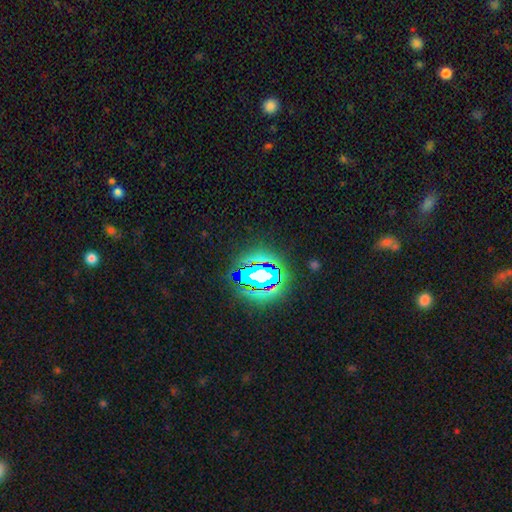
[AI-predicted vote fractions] A star or artifact, not a galaxy (81%).

Vote fractions:
- Smooth or featured? star or artifact: 81% / smooth: 12% / featured or disk: 7%